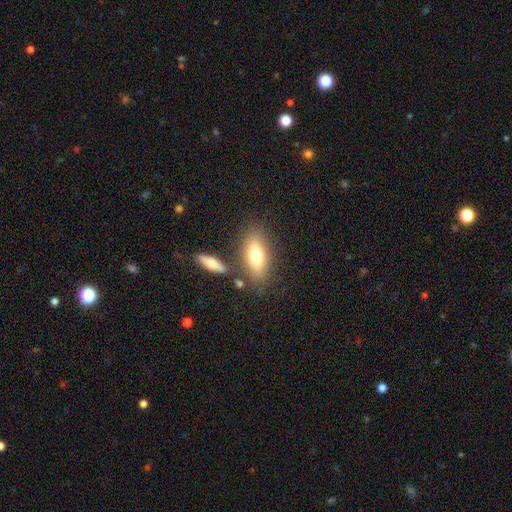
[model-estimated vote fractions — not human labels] This appears to be a smooth galaxy with no disk features (71%) that is in between round and cigar-shaped (80%). Merging: none (72%).